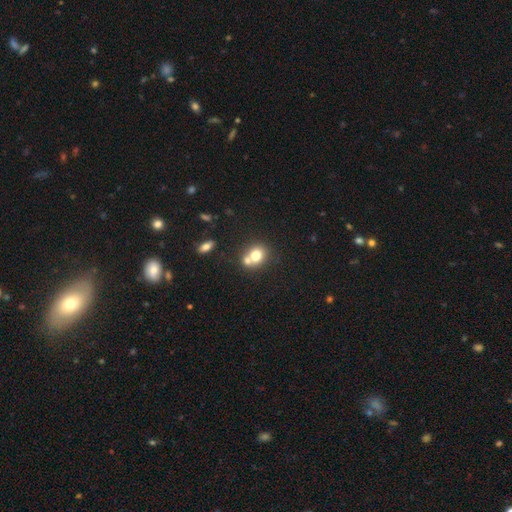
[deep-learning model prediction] This is likely a smooth galaxy (73%). How rounded: likely round (67%). Merging: possibly merger (47%).